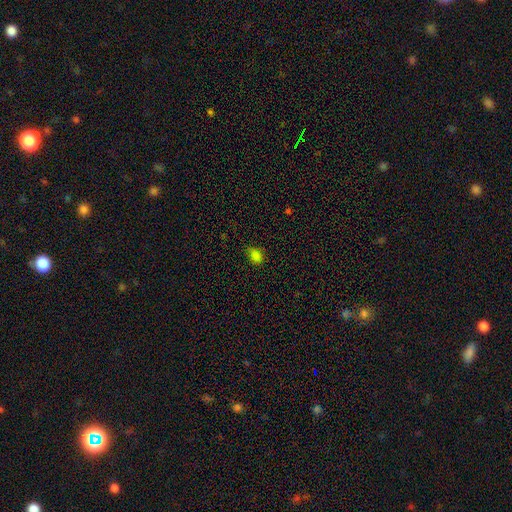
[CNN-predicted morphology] smooth 80%, star or artifact 15%, featured or disk 4%. Down the decision tree: how rounded — in between (65%); merging — none (71%).